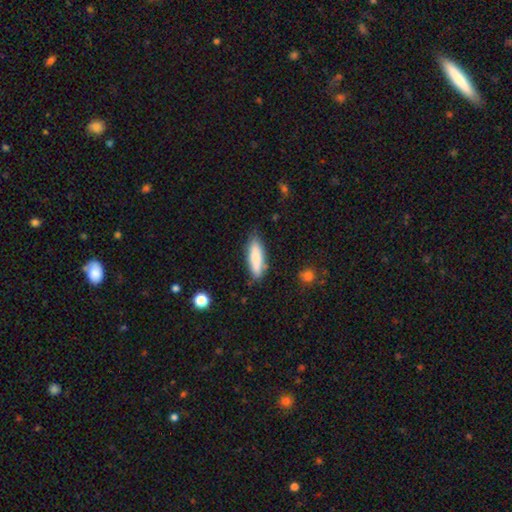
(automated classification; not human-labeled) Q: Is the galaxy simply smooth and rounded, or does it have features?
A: smooth — 81%.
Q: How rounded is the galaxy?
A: cigar-shaped — 52%.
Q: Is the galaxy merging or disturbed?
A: none — 76%.